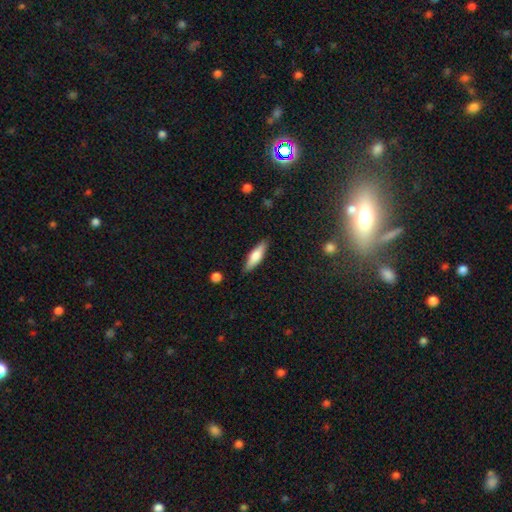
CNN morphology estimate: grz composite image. It shows a smooth galaxy with no disk features (65%) that is cigar-shaped (59%). Merging: none (87%).